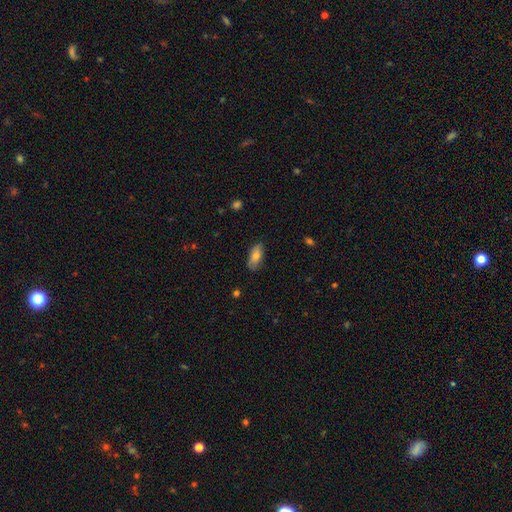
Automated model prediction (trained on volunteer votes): This is likely a smooth galaxy (73%). How rounded: clearly in between (85%). Merging: likely none (80%).